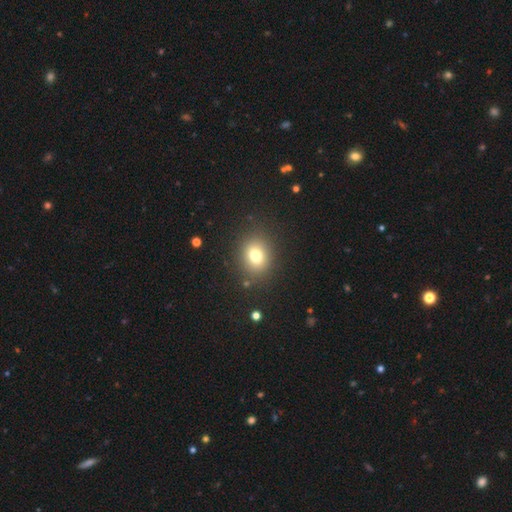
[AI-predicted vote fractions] Morphology: type=smooth (76%); roundness=round (55%); merging=none (86%).